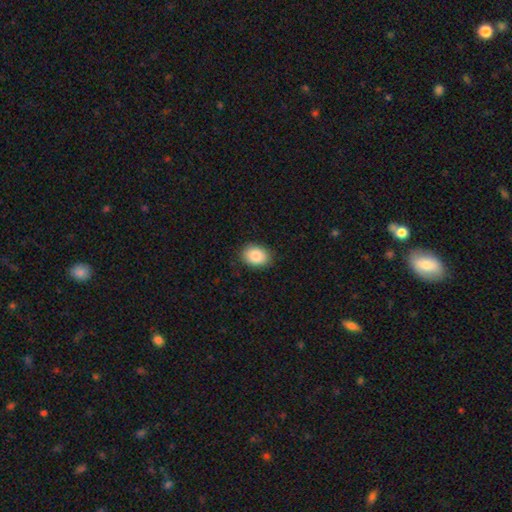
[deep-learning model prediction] Morphology: type=smooth (86%); roundness=in between (70%); merging=none (87%).